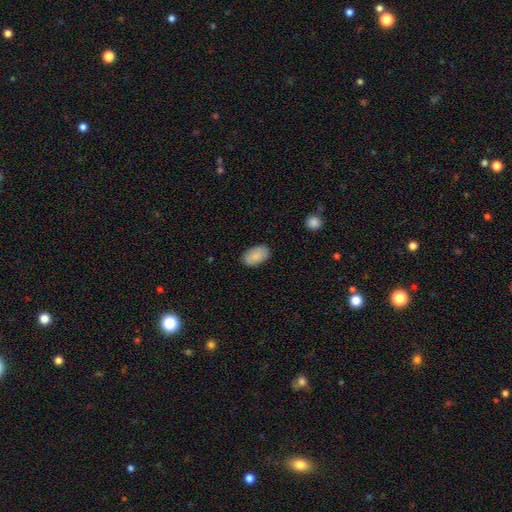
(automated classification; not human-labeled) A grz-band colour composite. It shows a smooth galaxy with no disk features (88%) that is in between round and cigar-shaped (94%). Merging: none (85%).